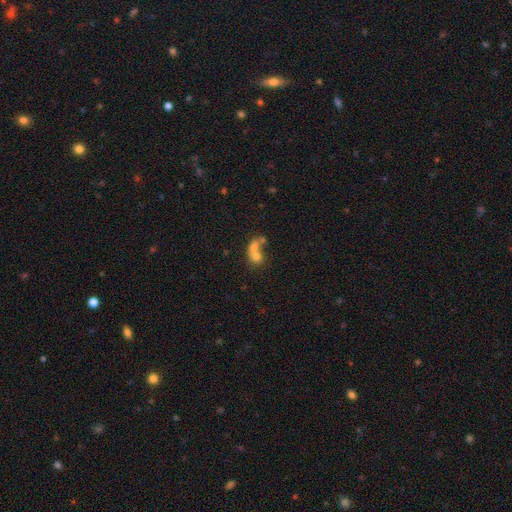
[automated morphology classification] type=smooth (63%); roundness=round (50%); merging=merger (69%).